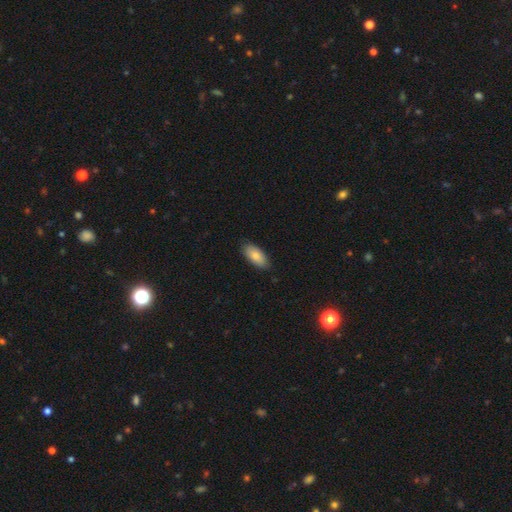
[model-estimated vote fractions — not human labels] Smooth or featured? smooth (83%)
How rounded? in between (89%)
Merging? none (86%)